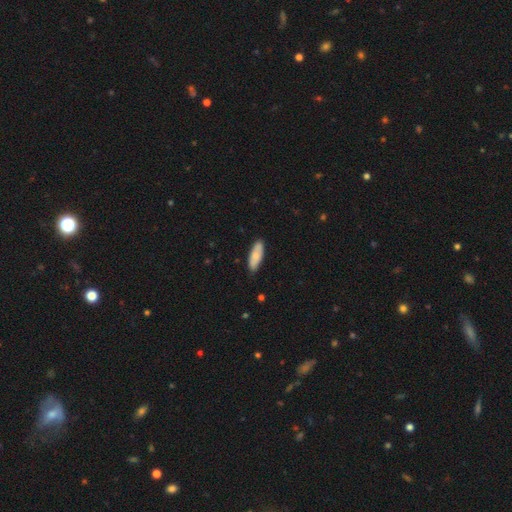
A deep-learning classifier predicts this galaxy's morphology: This appears to be a smooth galaxy with no disk features (80%) that is in between round and cigar-shaped (59%). Merging: none (85%).